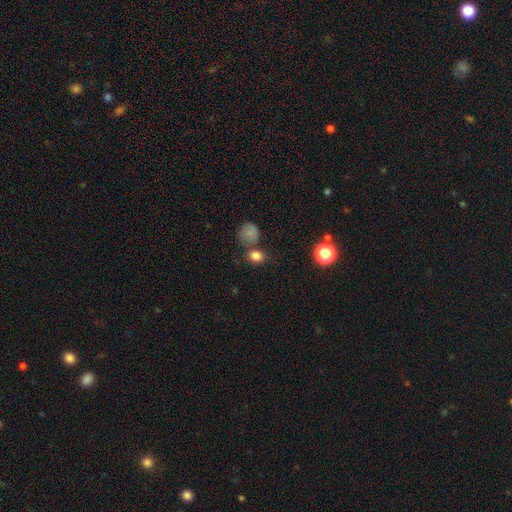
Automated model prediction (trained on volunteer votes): Smooth or featured: smooth — 79% (star or artifact — 15%)
How rounded: round — 63% (in between — 36%)
Merging: none — 62% (merger — 21%)